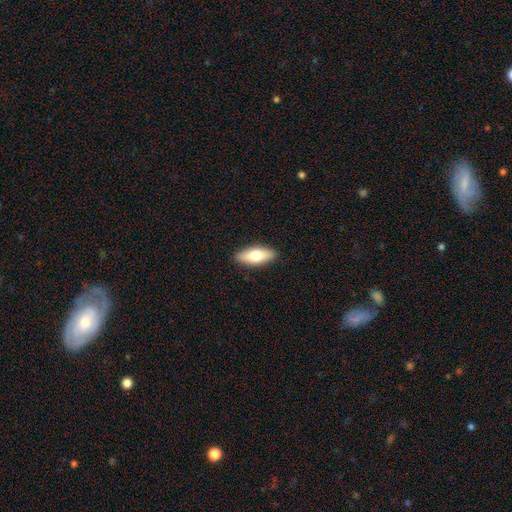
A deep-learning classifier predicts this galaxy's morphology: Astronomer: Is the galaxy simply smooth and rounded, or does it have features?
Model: smooth — 66%.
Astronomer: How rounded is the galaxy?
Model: in between — 66%.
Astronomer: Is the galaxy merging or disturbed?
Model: none — 89%.